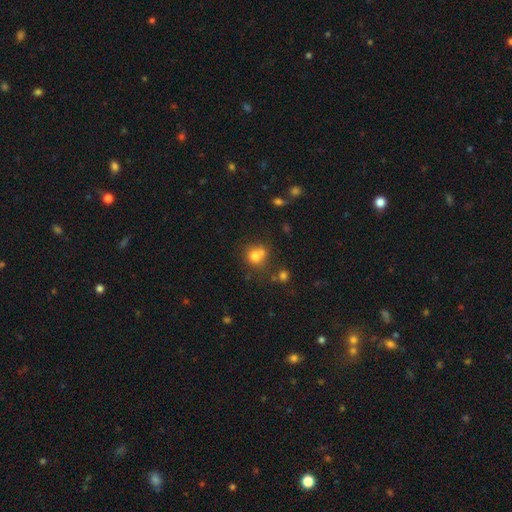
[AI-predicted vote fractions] smooth-or-featured: smooth: 76% | star or artifact: 13% | featured or disk: 11%
  how-rounded: round: 81% | in between: 18% | cigar-shaped: 1%
  merging: none: 48% | merger: 34% | minor disturbance: 12% | major disturbance: 6%